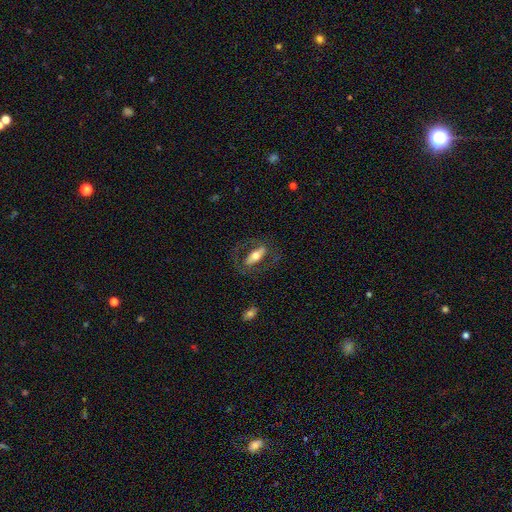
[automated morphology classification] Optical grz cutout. It shows a featured or disk galaxy (52%). Merging: none (69%).